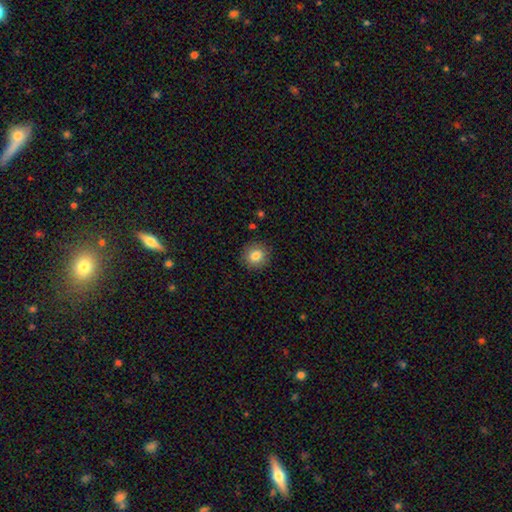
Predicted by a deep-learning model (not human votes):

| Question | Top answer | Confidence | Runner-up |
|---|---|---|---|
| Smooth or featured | smooth | 83% | star or artifact (10%) |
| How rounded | round | 88% | in between (11%) |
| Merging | none | 90% | minor disturbance (7%) |